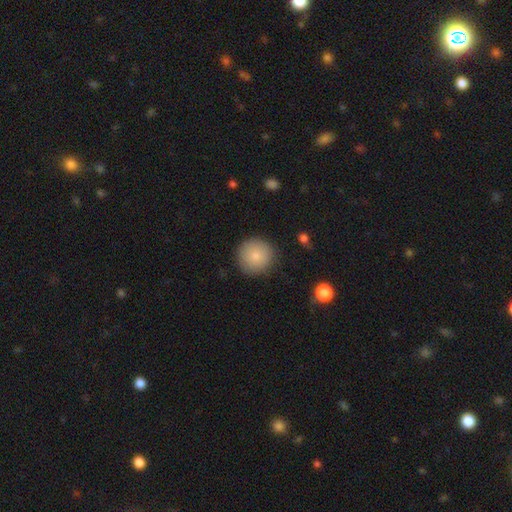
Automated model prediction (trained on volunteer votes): A smooth galaxy with no disk features (84%) that is round (94%). Merging: none (88%).